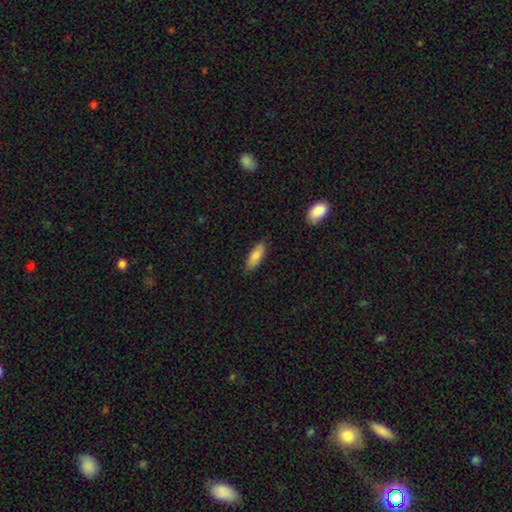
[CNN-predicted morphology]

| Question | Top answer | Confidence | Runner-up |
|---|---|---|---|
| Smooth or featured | smooth | 84% | featured or disk (10%) |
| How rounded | in between | 70% | cigar-shaped (28%) |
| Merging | none | 80% | minor disturbance (16%) |